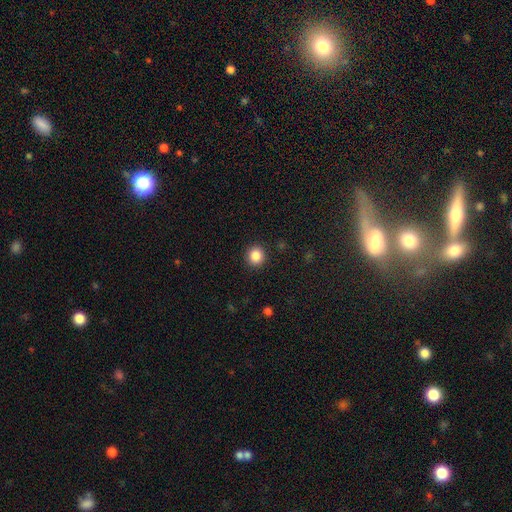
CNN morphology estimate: smooth-or-featured: smooth: 86% | star or artifact: 10% | featured or disk: 4%
  how-rounded: round: 90% | in between: 9% | cigar-shaped: 1%
  merging: none: 91% | minor disturbance: 6% | major disturbance: 2% | merger: 1%